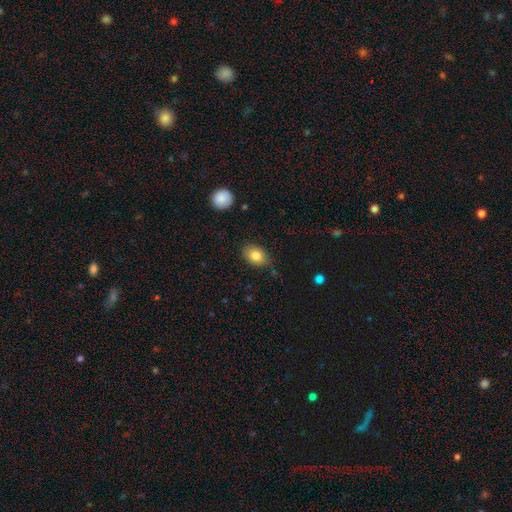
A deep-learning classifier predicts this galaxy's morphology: The model was most divided on "how rounded": in between: 78%, round: 21%, cigar-shaped: 1%. More confident: smooth or featured — smooth (81%); merging — none (78%).